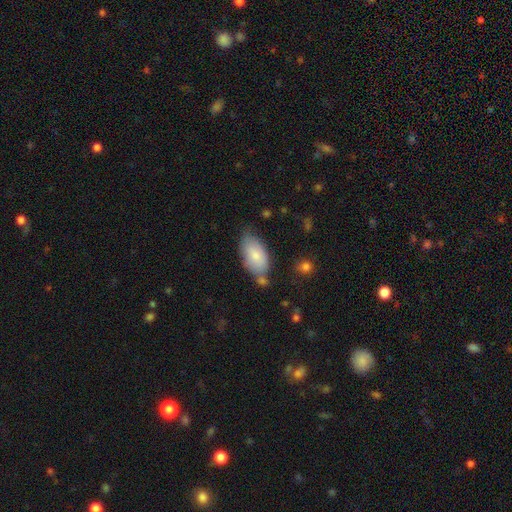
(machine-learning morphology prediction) smooth-or-featured: smooth: 81% | featured or disk: 12% | star or artifact: 6%
  how-rounded: in between: 94% | round: 3% | cigar-shaped: 3%
  merging: none: 59% | minor disturbance: 25% | merger: 10% | major disturbance: 6%